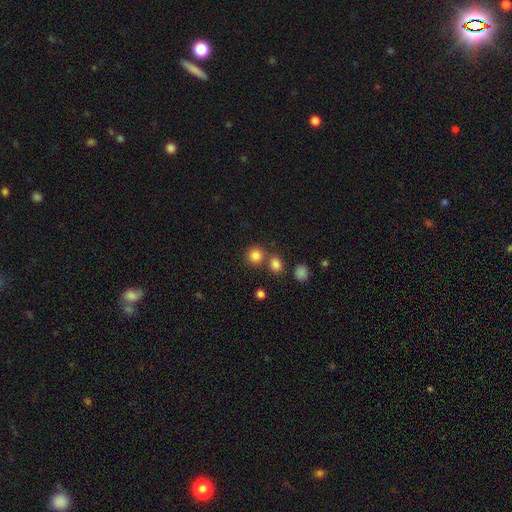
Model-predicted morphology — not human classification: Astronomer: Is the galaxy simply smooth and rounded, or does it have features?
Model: smooth — 83%.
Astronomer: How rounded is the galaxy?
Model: round — 88%.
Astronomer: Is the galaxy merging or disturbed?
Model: none — 67%.